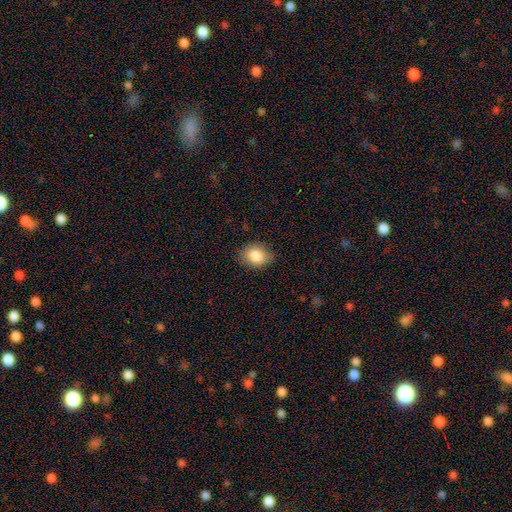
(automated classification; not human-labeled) Q: Smooth or featured?
A: smooth (86%); runner-up: star or artifact (8%)
Q: How rounded?
A: in between (54%); runner-up: round (45%)
Q: Merging?
A: none (82%); runner-up: minor disturbance (14%)